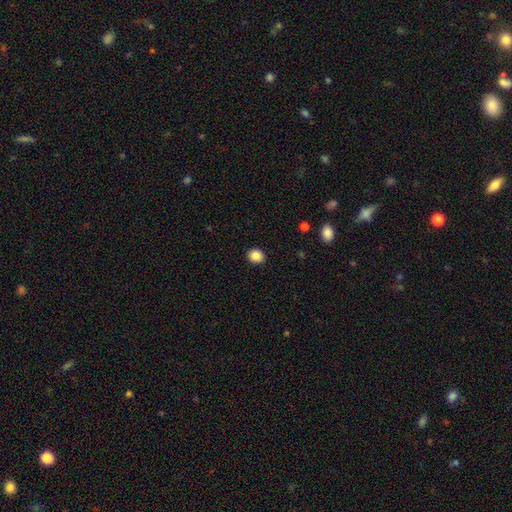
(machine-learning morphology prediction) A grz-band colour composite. It shows a smooth galaxy with no disk features (86%) that is round (67%). Merging: none (91%).